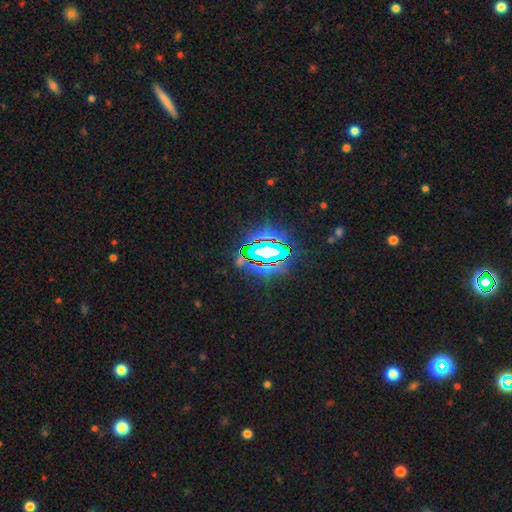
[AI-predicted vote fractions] Q: Smooth or featured?
A: star or artifact (80%); runner-up: smooth (11%)